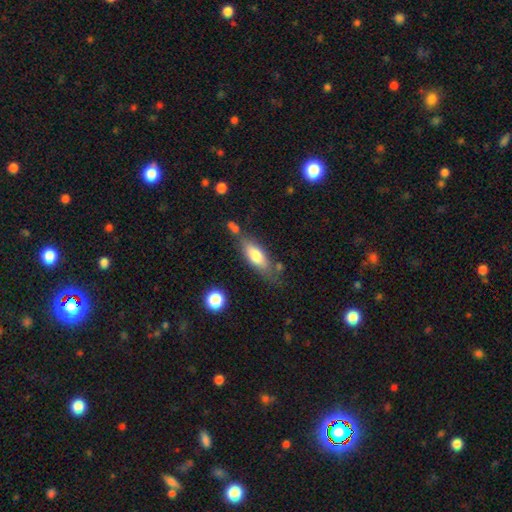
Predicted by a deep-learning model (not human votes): Smooth or featured? Predicted: smooth (p=0.72). How rounded? Predicted: in between (p=0.66). Merging? Predicted: none (p=0.64).